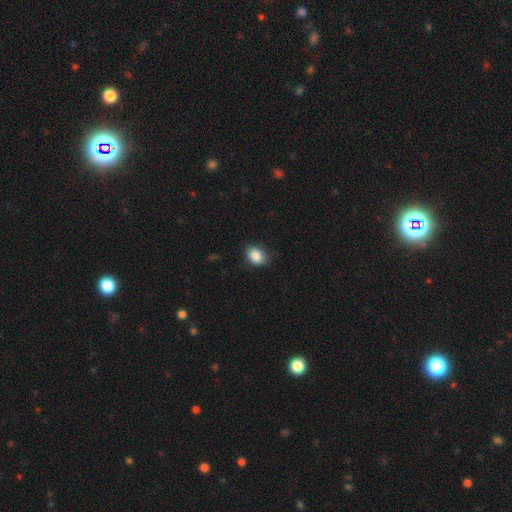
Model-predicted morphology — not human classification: Q: Smooth or featured?
A: smooth (86%); runner-up: star or artifact (9%)
Q: How rounded?
A: in between (56%); runner-up: round (44%)
Q: Merging?
A: none (76%); runner-up: minor disturbance (20%)